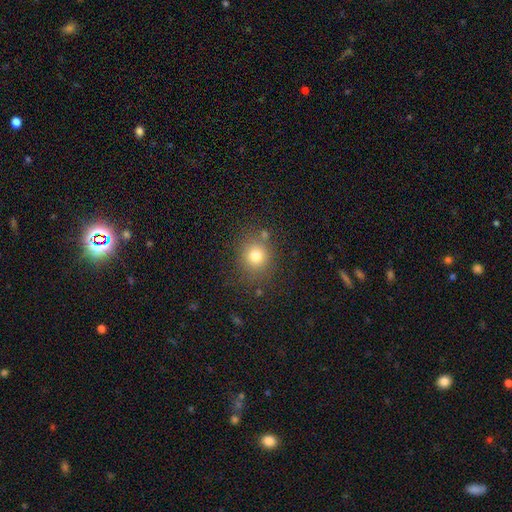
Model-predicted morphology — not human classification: A smooth galaxy with no disk features (77%) that is round (84%). Merging: none (77%).